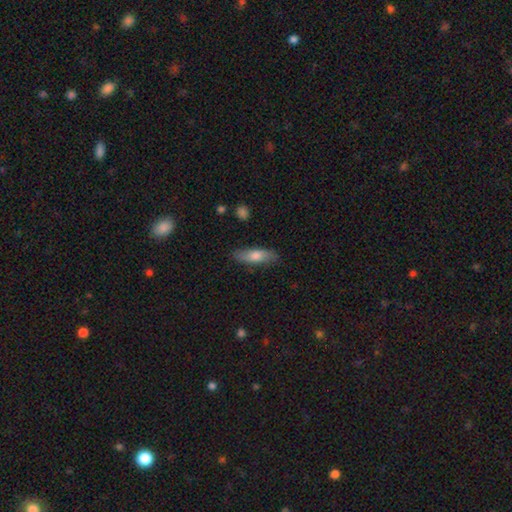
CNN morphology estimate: smooth-or-featured: smooth: 70% | featured or disk: 23% | star or artifact: 6%
  how-rounded: cigar-shaped: 54% | in between: 43% | round: 2%
  merging: none: 84% | minor disturbance: 12% | major disturbance: 2% | merger: 1%